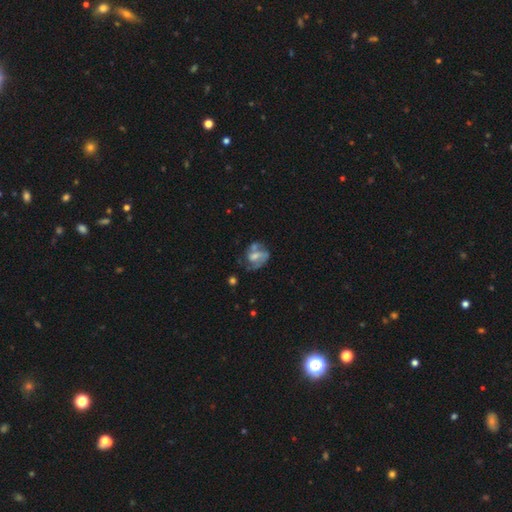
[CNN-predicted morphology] A featured or disk galaxy (63%) with no bar (41%, tied with weak), spiral arms (71%) and a moderate central bulge (41%). Merging: none (39%).